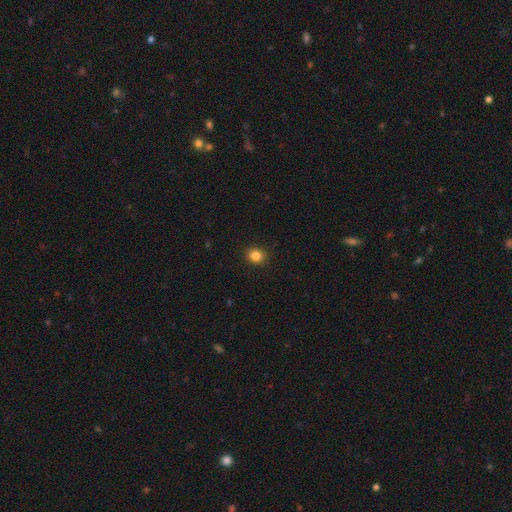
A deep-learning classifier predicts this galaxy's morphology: type=smooth (85%); roundness=round (82%); merging=none (91%).